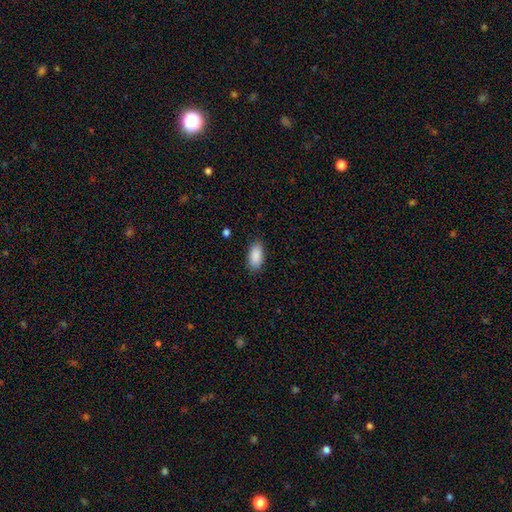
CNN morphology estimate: Overall: smooth (90%). How rounded: in between (92%). Merging: none (86%).